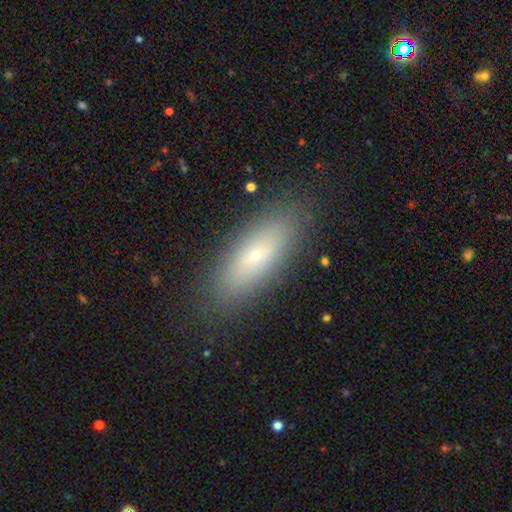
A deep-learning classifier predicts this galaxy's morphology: Q: Smooth or featured?
A: smooth (61%); runner-up: featured or disk (29%)
Q: How rounded?
A: in between (59%); runner-up: cigar-shaped (38%)
Q: Merging?
A: none (86%); runner-up: minor disturbance (10%)